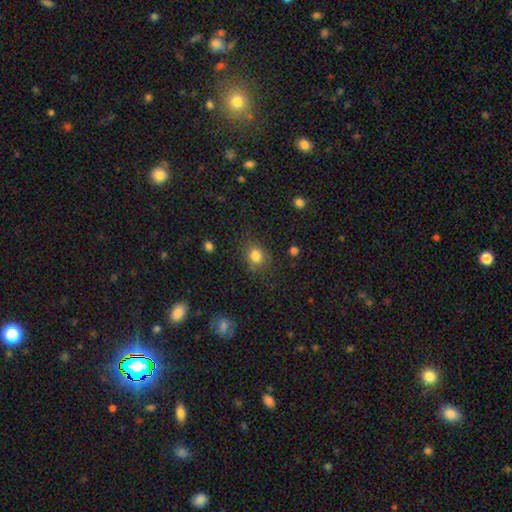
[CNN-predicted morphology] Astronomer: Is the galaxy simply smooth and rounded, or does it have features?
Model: smooth — 82%.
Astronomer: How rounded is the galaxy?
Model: round — 67%.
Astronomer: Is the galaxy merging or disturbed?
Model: none — 79%.